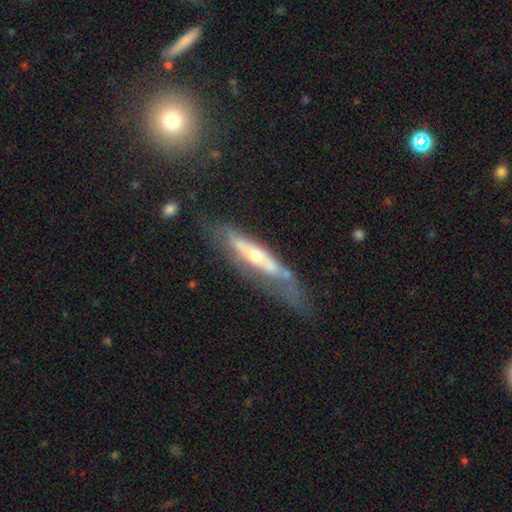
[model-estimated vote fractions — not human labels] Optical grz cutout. It shows a featured or disk galaxy (68%) viewed edge-on (51%). Merging: none (39%).